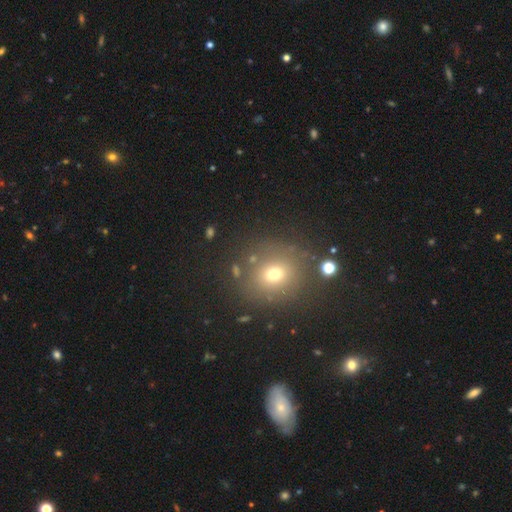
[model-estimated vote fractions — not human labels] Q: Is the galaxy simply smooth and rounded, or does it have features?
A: smooth — 51%.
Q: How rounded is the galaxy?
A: round — 79%.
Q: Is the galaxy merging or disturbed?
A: none — 82%.